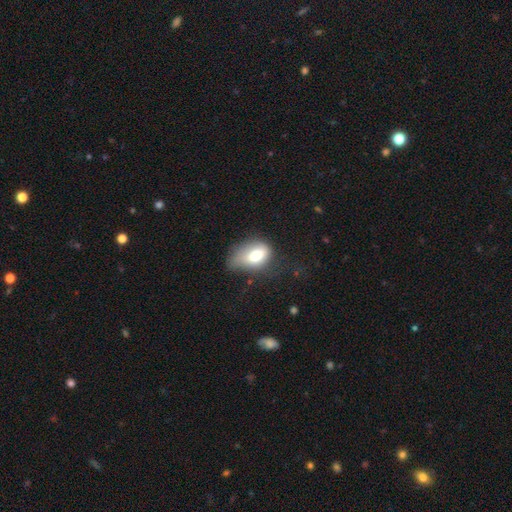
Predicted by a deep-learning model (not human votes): The model was most divided on "merging": minor disturbance: 40%, none: 31%, major disturbance: 25%, merger: 3%. More confident: how rounded — in between (79%); smooth or featured — smooth (71%).